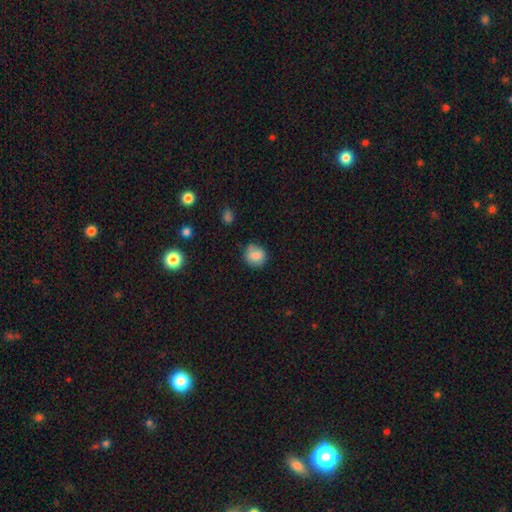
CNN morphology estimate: Overall: smooth (80%). How rounded: round (84%). Merging: none (77%).